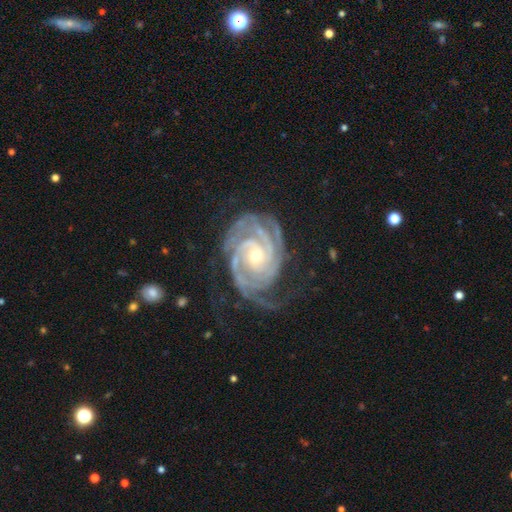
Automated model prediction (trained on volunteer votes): featured or disk 93%, star or artifact 4%, smooth 3%. Down the decision tree: edge-on disk — no (97%); bar — no (68%); spiral arms — yes (98%); spiral arm count — 2 (28%); spiral winding — tight (76%); bulge size — small (56%); merging — none (62%).